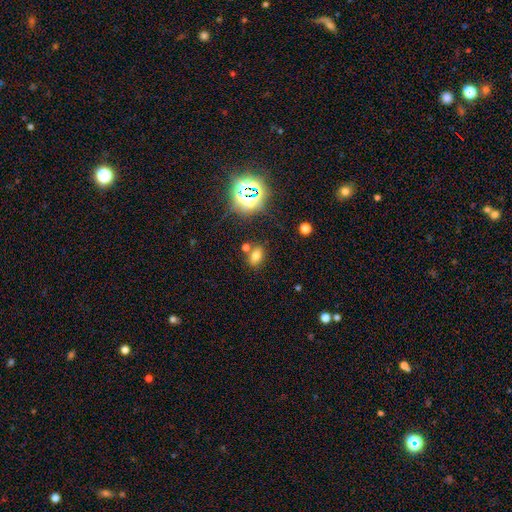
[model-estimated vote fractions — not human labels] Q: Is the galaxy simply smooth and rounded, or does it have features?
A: smooth — 66%.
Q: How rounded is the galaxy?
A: in between — 78%.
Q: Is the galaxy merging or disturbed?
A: none — 71%.